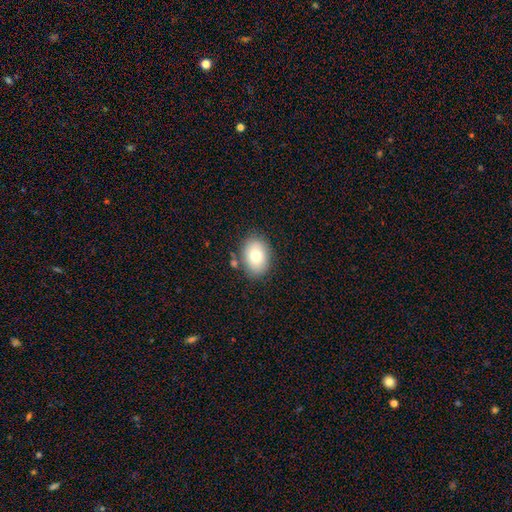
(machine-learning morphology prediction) type=smooth (76%); roundness=in between (73%); merging=none (81%).